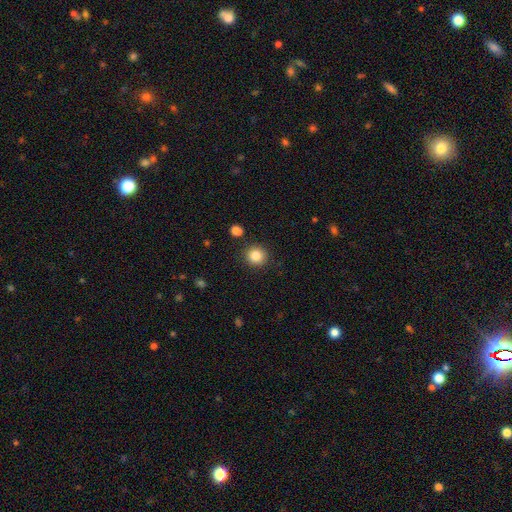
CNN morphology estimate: Smooth or featured? smooth (84%)
How rounded? round (92%)
Merging? none (90%)